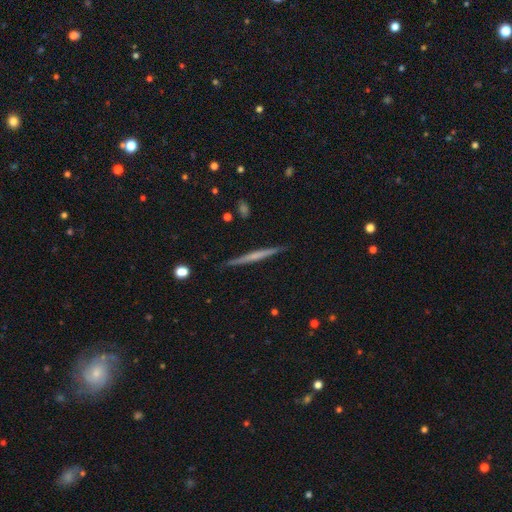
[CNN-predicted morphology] smooth-or-featured: featured or disk: 59% | smooth: 35% | star or artifact: 6%
  disk-edge-on: yes: 97% | no: 3%
    edge-on-bulge: none: 68% | rounded: 24% | boxy: 8%
  merging: none: 89% | minor disturbance: 8% | major disturbance: 2% | merger: 1%